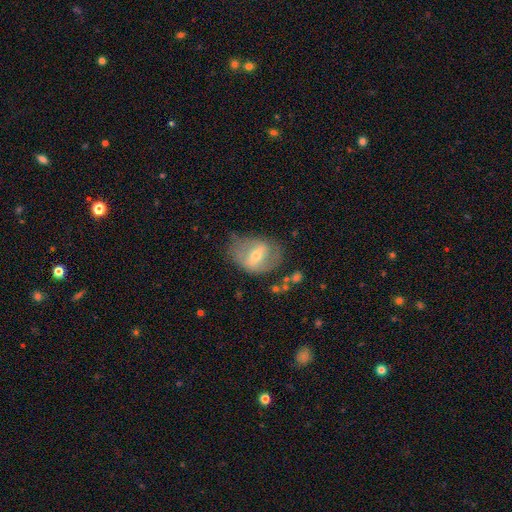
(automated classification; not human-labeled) featured or disk 57%, smooth 35%, star or artifact 8%. Down the decision tree: edge-on disk — no (92%); bar — strong (45%); spiral arms — no (57%); bulge size — moderate (53%); merging — none (55%).